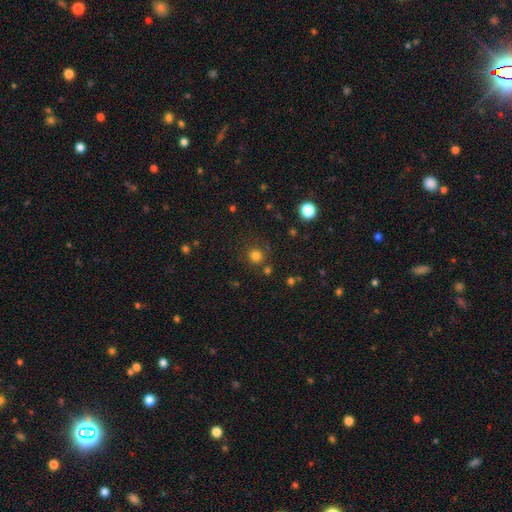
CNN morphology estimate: Smooth or featured?
  - smooth: 78% *
  - star or artifact: 17%
  - featured or disk: 5%
How rounded?
  - round: 91% *
  - in between: 8%
  - cigar-shaped: 1%
Merging?
  - none: 81% *
  - minor disturbance: 9%
  - merger: 7%
  - major disturbance: 4%